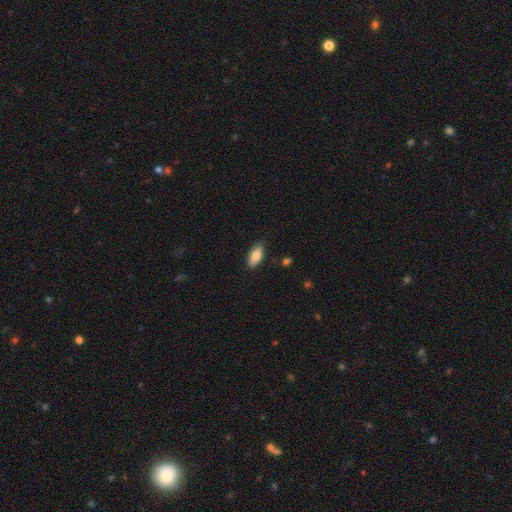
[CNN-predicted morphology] A smooth galaxy with no disk features (83%) that is in between round and cigar-shaped (86%). Merging: none (85%).